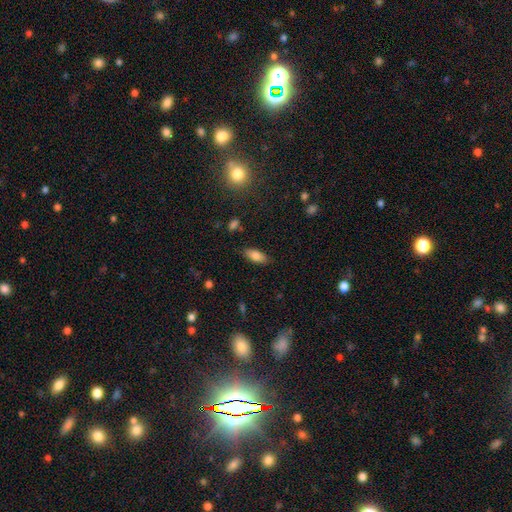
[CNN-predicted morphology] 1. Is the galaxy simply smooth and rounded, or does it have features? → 79% smooth, 13% featured or disk, 8% star or artifact.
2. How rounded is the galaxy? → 83% in between, 15% cigar-shaped, 2% round.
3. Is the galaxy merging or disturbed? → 84% none, 12% minor disturbance, 3% major disturbance, 2% merger.